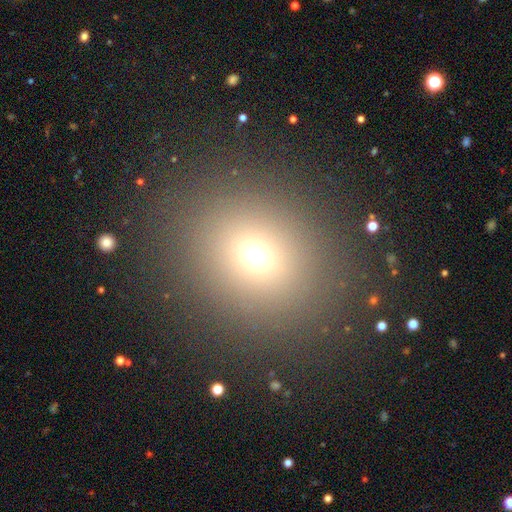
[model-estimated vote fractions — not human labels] The model was most divided on "smooth or featured": smooth: 66%, star or artifact: 26%, featured or disk: 8%. More confident: merging — none (87%); how rounded — round (74%).